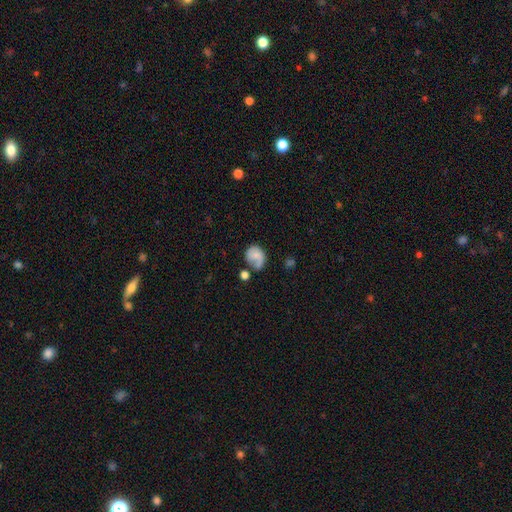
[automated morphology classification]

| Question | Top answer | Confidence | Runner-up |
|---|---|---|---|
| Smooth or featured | smooth | 59% | featured or disk (32%) |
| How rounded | round | 56% | in between (43%) |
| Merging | none | 40% | minor disturbance (27%) |